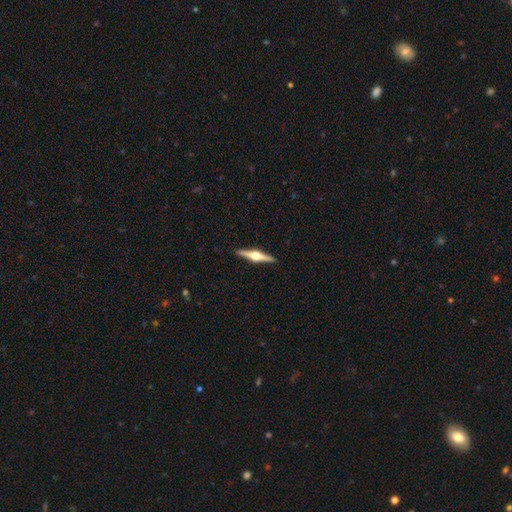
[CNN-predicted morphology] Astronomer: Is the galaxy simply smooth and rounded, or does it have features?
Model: featured or disk — 81%.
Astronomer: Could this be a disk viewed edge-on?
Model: yes — 98%.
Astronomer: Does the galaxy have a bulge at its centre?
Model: rounded — 95%.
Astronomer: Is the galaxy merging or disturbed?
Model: none — 92%.